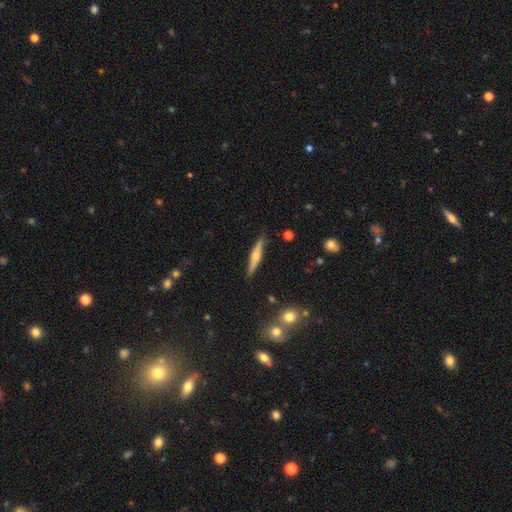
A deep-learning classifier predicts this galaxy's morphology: type=featured or disk (57%); edge-on=yes (95%); edge-on bulge=rounded (84%); merging=none (86%).